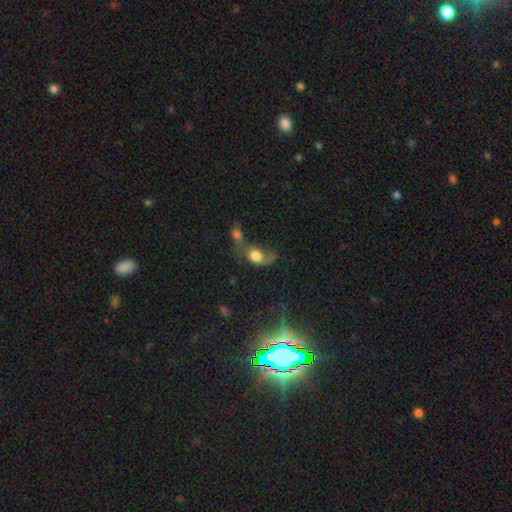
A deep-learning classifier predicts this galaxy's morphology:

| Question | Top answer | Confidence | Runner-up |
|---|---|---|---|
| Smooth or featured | smooth | 60% | featured or disk (28%) |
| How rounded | in between | 64% | round (33%) |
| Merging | merger | 51% | major disturbance (21%) |